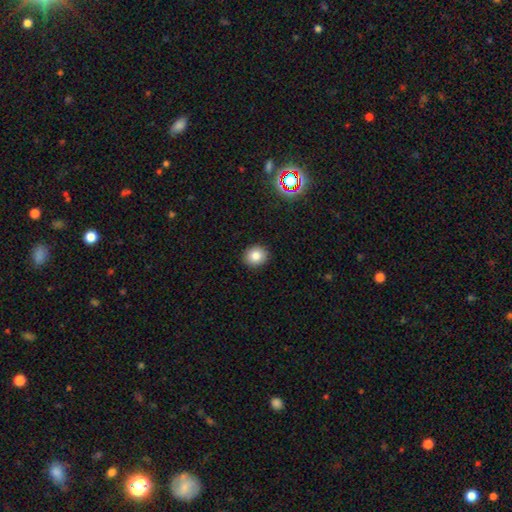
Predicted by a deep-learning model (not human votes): Morphology: type=smooth (82%); roundness=round (77%); merging=none (91%).